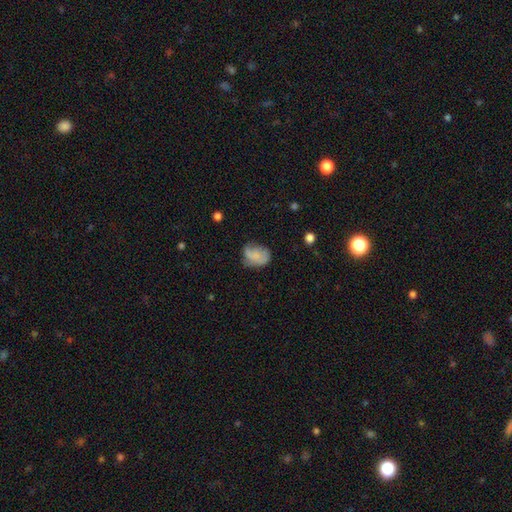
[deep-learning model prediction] A smooth galaxy with no disk features (66%) that is in between round and cigar-shaped (66%). Merging: none (42%).